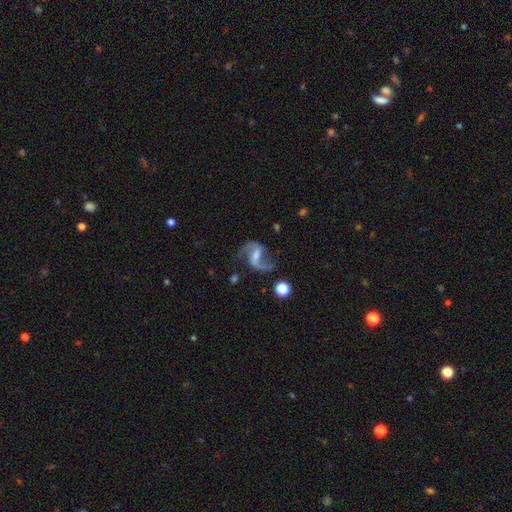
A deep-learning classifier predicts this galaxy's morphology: Q: Smooth or featured?
A: featured or disk (89%); runner-up: star or artifact (6%)
Q: Edge-on disk?
A: no (98%); runner-up: yes (2%)
Q: Bar?
A: weak (48%); runner-up: strong (32%)
Q: Spiral arms?
A: yes (97%); runner-up: no (3%)
Q: Spiral winding?
A: loose (61%); runner-up: medium (34%)
Q: Spiral arm count?
A: 2 (92%); runner-up: 1 (3%)
Q: Bulge size?
A: small (38%); runner-up: moderate (35%)
Q: Merging?
A: none (71%); runner-up: minor disturbance (15%)